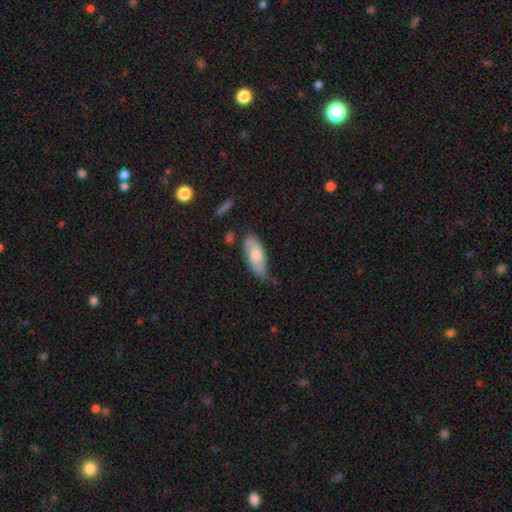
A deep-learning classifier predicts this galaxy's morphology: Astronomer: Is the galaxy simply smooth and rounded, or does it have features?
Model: smooth — 70%.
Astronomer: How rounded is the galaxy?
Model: in between — 82%.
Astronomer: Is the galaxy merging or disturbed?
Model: none — 55% (runner-up: minor disturbance, 33%).